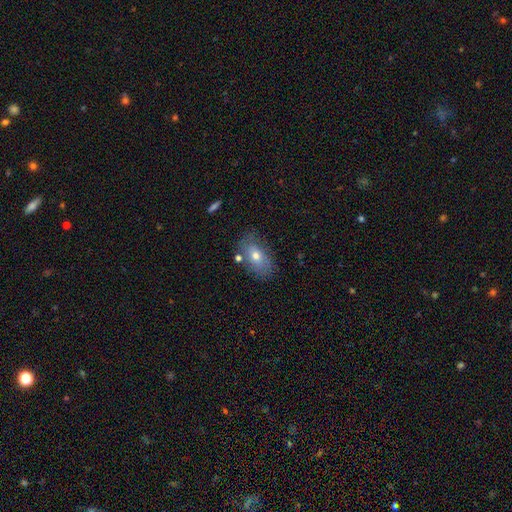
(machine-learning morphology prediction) Smooth or featured? Predicted: smooth (p=0.63). How rounded? Predicted: in between (p=0.87). Merging? Predicted: none (p=0.72).